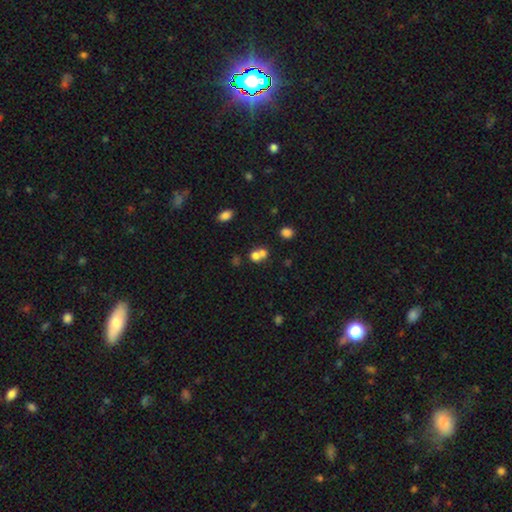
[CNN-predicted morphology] smooth 70%, featured or disk 16%, star or artifact 14%. Down the decision tree: how rounded — round (71%); merging — merger (60%).